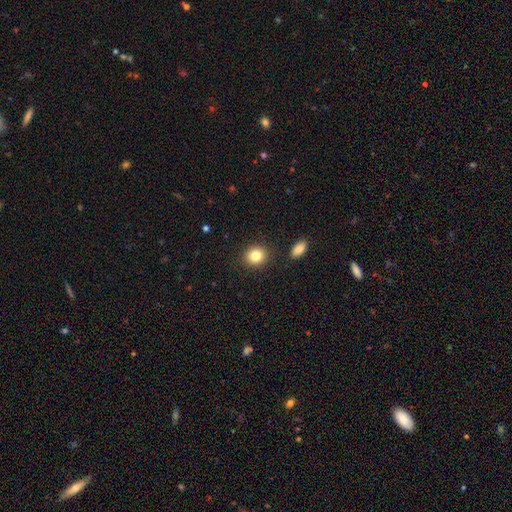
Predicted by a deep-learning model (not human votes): This is clearly a smooth galaxy (83%). How rounded: likely round (79%). Merging: clearly none (87%).